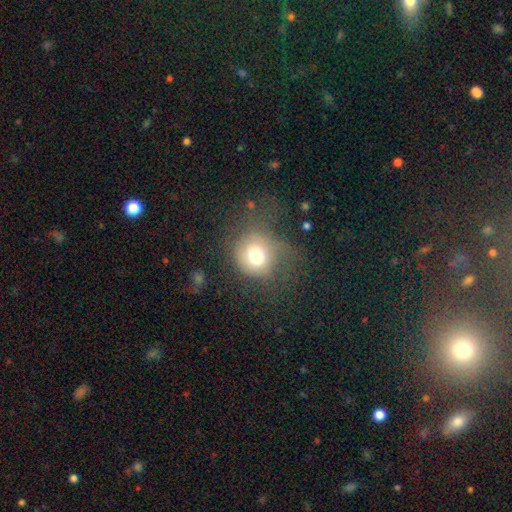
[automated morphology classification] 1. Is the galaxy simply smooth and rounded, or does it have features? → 70% smooth, 16% featured or disk, 14% star or artifact.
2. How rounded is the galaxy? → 84% round, 15% in between, 1% cigar-shaped.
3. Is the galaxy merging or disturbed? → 51% none, 26% major disturbance, 21% minor disturbance, 2% merger.